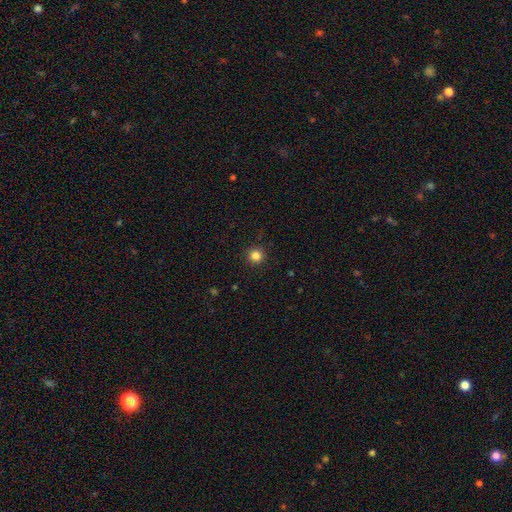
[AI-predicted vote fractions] smooth_or_featured: smooth (p=0.84) [alt: star or artifact p=0.12]
how_rounded: round (p=0.95) [alt: in between p=0.04]
merging: none (p=0.91) [alt: minor disturbance p=0.06]